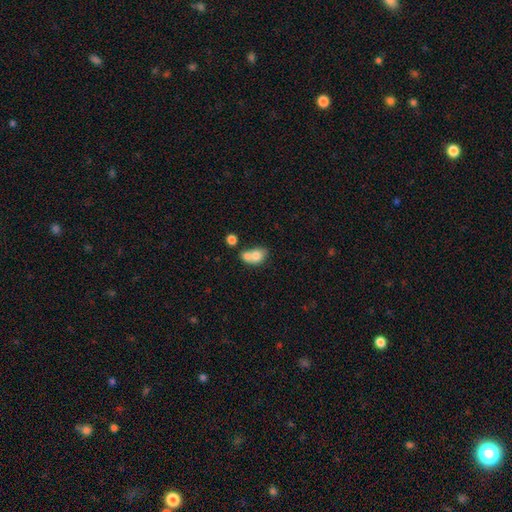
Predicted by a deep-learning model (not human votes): A smooth galaxy with no disk features (73%) that is in between round and cigar-shaped (60%). Merging: merger (64%).